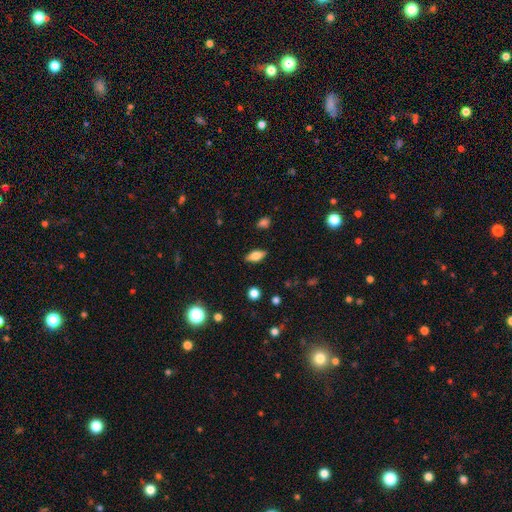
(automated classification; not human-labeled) Overall: smooth (69%). How rounded: in between (82%). Merging: none (86%).